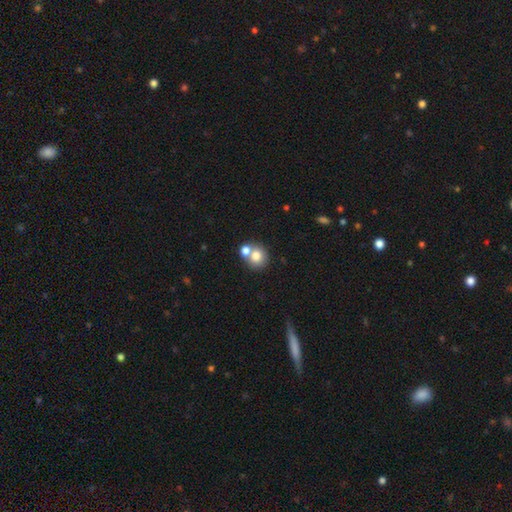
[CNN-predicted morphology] Smooth or featured?
  - smooth: 77% *
  - featured or disk: 13%
  - star or artifact: 10%
How rounded?
  - round: 78% *
  - in between: 21%
  - cigar-shaped: 1%
Merging?
  - none: 48% *
  - merger: 41%
  - minor disturbance: 8%
  - major disturbance: 3%